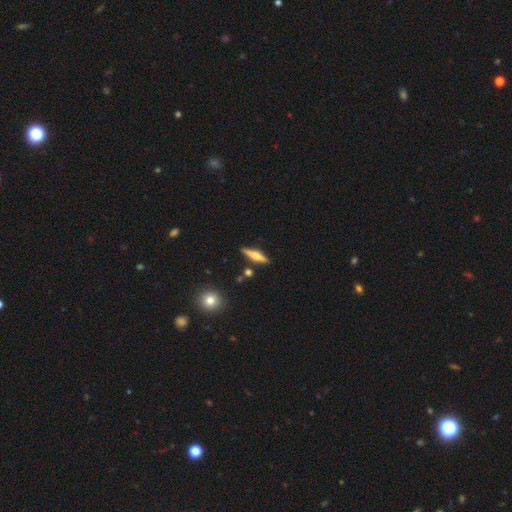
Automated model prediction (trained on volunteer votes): This appears to be a featured or disk galaxy (57%) viewed edge-on (96%) with a rounded central bulge (89%). Merging: none (85%).